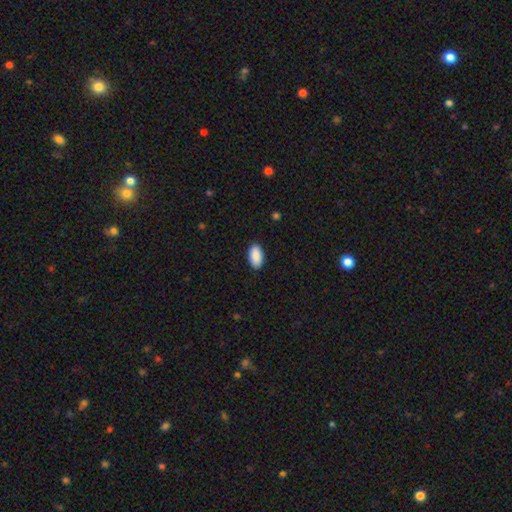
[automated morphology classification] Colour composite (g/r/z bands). It shows a smooth galaxy with no disk features (91%) that is in between round and cigar-shaped (95%). Merging: none (90%).